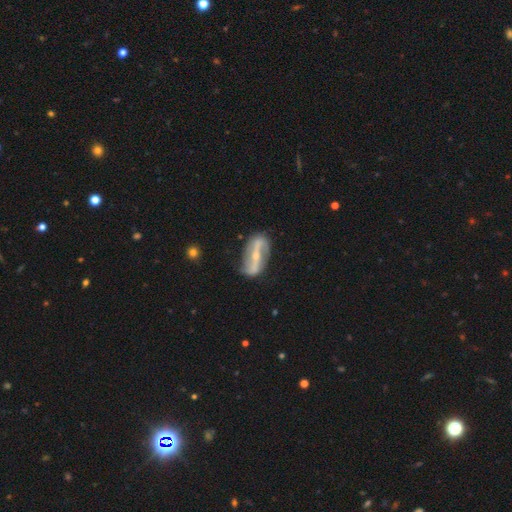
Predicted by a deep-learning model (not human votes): Smooth or featured?
  - featured or disk: 86% *
  - smooth: 9%
  - star or artifact: 5%
Edge-on disk?
  - no: 91% *
  - yes: 9%
Bar?
  - strong: 69% *
  - weak: 19%
  - no: 12%
Spiral arms?
  - yes: 89% *
  - no: 11%
Spiral winding?
  - loose: 65% *
  - medium: 23%
  - tight: 12%
Spiral arm count?
  - 2: 92% *
  - can't tell: 3%
  - 1: 2%
  - 3: 1%
  - 4: 1%
  - more than 4: 1%
Bulge size?
  - small: 67% *
  - moderate: 28%
  - none: 3%
  - large: 1%
  - dominant: 1%
Merging?
  - none: 80% *
  - minor disturbance: 14%
  - major disturbance: 4%
  - merger: 2%